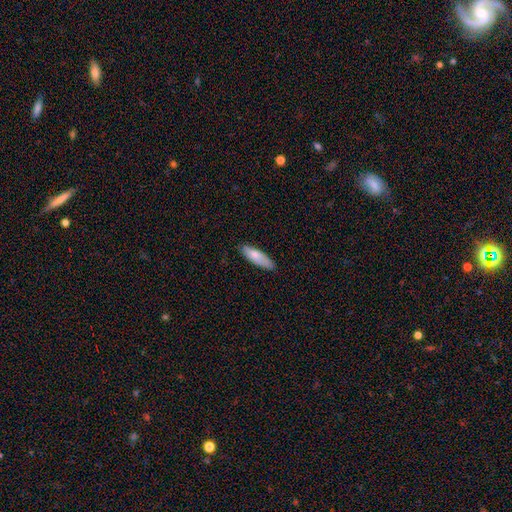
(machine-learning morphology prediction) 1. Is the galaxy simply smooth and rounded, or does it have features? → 79% smooth, 15% featured or disk, 6% star or artifact.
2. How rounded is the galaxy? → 50% cigar-shaped, 49% in between, 2% round.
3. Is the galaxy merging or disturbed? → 80% none, 17% minor disturbance, 3% major disturbance, 1% merger.